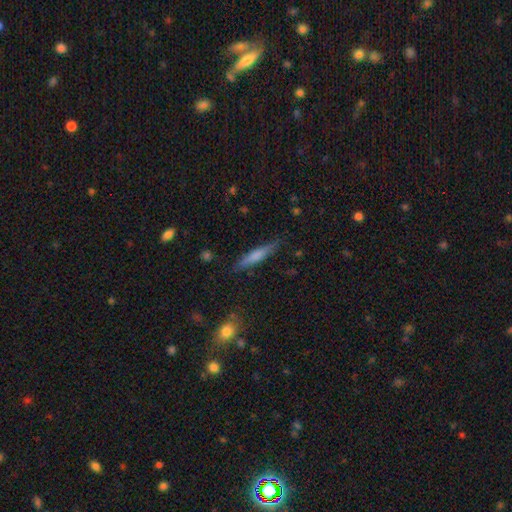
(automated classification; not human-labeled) Overall: smooth (60%; featured or disk 33%). How rounded: cigar-shaped (89%). Merging: none (85%).